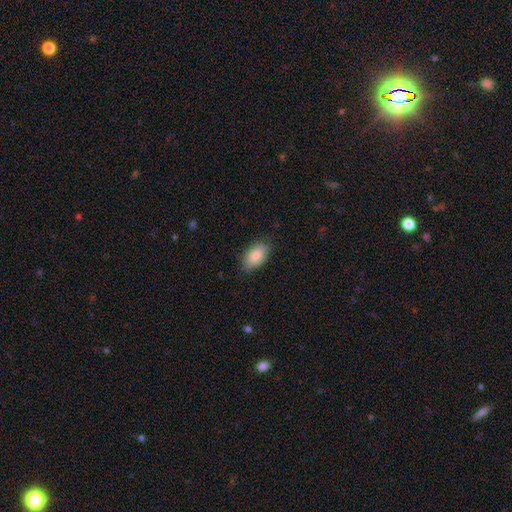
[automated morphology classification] smooth-or-featured: smooth: 86% | featured or disk: 8% | star or artifact: 6%
  how-rounded: in between: 93% | round: 5% | cigar-shaped: 2%
  merging: none: 81% | minor disturbance: 15% | major disturbance: 3% | merger: 1%